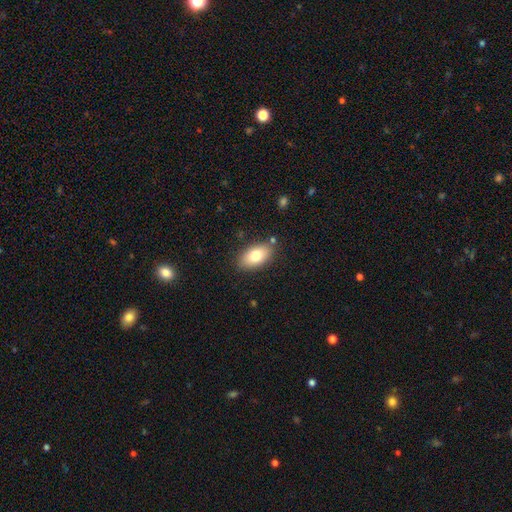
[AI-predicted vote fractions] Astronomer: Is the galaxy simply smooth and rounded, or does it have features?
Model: smooth — 77%.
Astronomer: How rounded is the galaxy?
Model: in between — 93%.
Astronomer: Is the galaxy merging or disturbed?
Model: none — 84%.